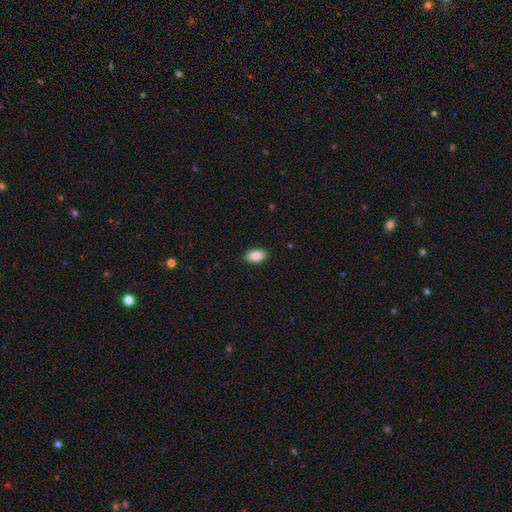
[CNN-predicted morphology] smooth_or_featured: smooth (p=0.88) [alt: star or artifact p=0.07]
how_rounded: in between (p=0.92) [alt: round p=0.06]
merging: none (p=0.90) [alt: minor disturbance p=0.08]